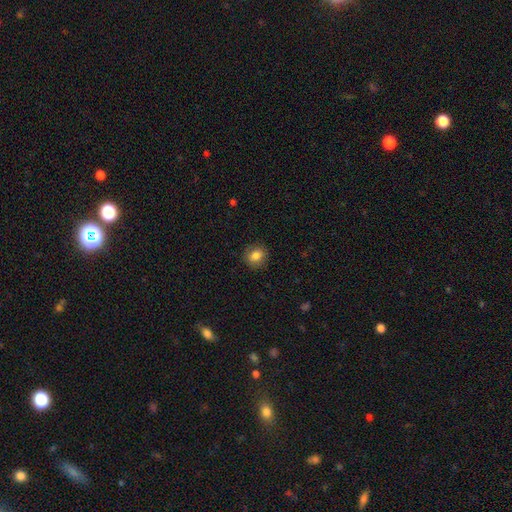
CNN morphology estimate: This appears to be a smooth galaxy with no disk features (83%) that is round (79%). Merging: none (87%).